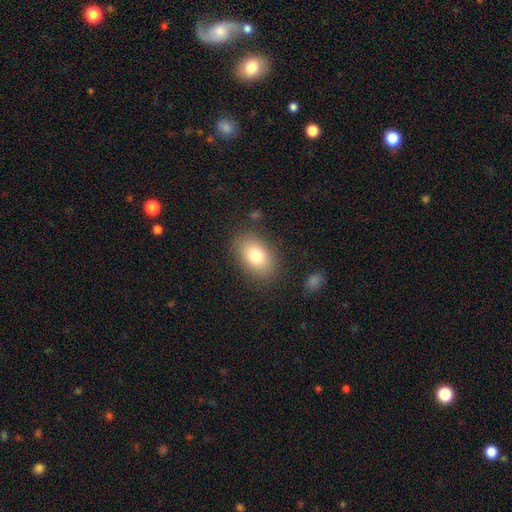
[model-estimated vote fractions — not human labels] Overall: smooth (78%). How rounded: in between (86%). Merging: none (83%).